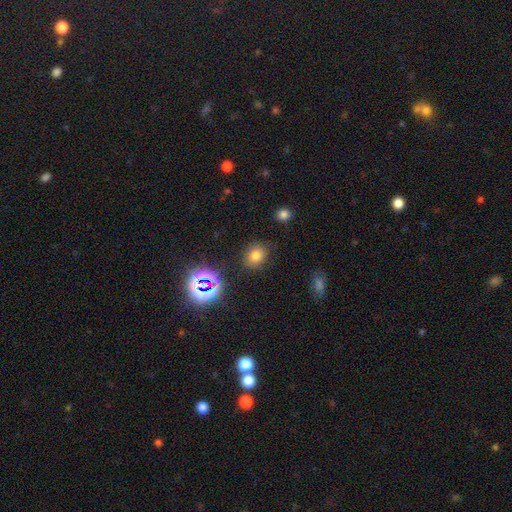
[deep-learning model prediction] A smooth galaxy with no disk features (72%) that is round (61%).

Vote fractions:
- Smooth or featured? smooth: 72% / star or artifact: 19% / featured or disk: 9%
- How rounded? round: 61% / in between: 38% / cigar-shaped: 1%
- Merging? none: 82% / minor disturbance: 12% / major disturbance: 4% / merger: 2%